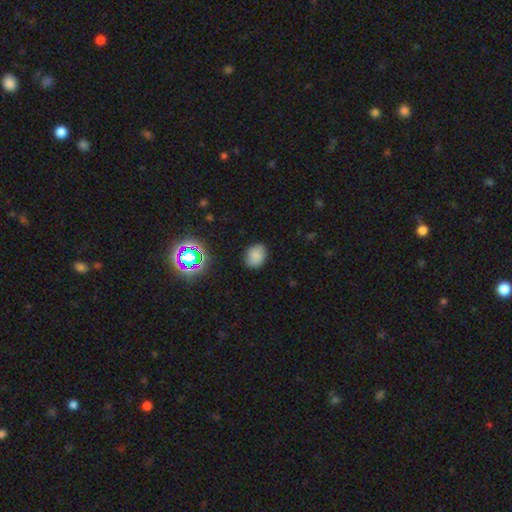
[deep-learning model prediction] The model was most divided on "how rounded": round: 50%, in between: 49%, cigar-shaped: 1%. More confident: merging — none (82%); smooth or featured — smooth (79%).